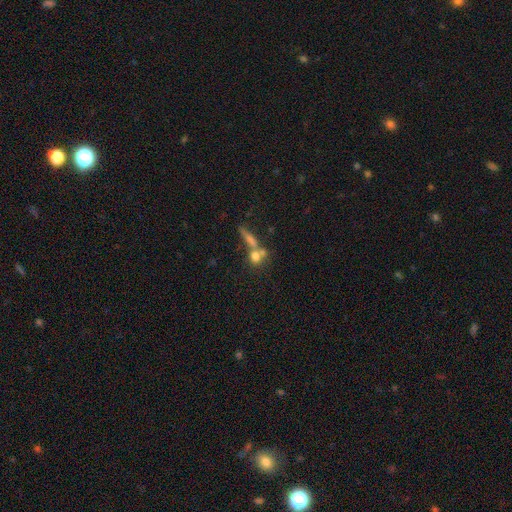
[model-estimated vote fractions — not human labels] Smooth or featured? smooth (68%)
How rounded? round (63%)
Merging? none (42%)